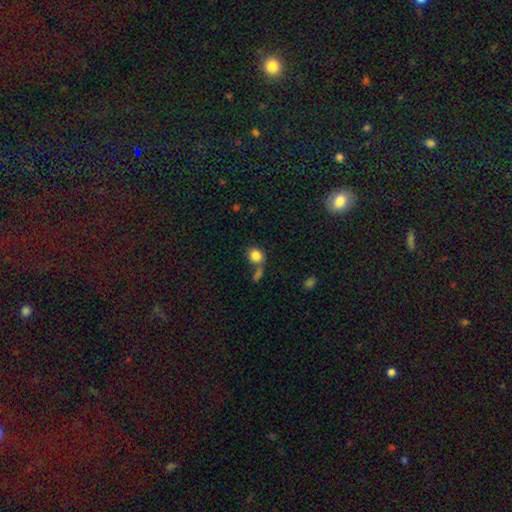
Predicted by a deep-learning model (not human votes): Smooth or featured?
  - smooth: 85% *
  - star or artifact: 9%
  - featured or disk: 6%
How rounded?
  - round: 61% *
  - in between: 38%
  - cigar-shaped: 1%
Merging?
  - none: 56% *
  - merger: 25%
  - minor disturbance: 13%
  - major disturbance: 6%